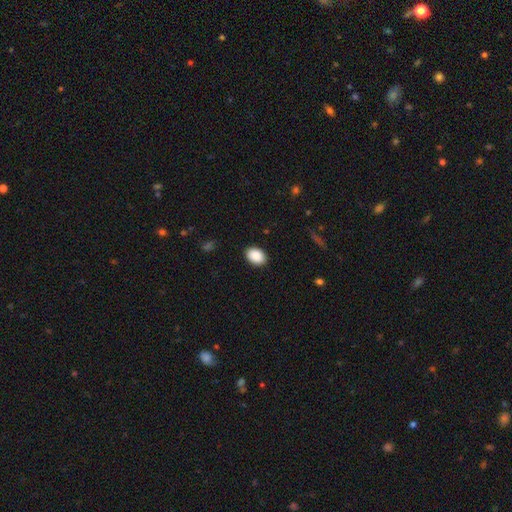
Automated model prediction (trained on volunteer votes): smooth 90%, star or artifact 7%, featured or disk 3%. Down the decision tree: how rounded — in between (80%); merging — none (89%).